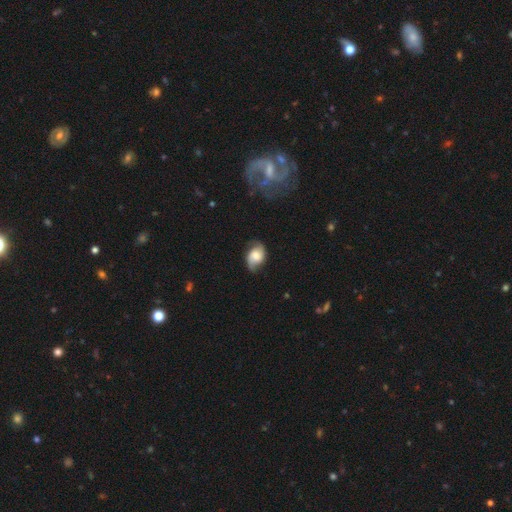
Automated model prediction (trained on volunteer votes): The model was most divided on "bulge size": moderate: 40%, large: 28%, small: 19%, none: 8%, dominant: 5%. More confident: edge-on disk — no (96%); spiral arms — yes (89%); merging — none (67%); bar — no (60%); smooth or featured — featured or disk (55%).